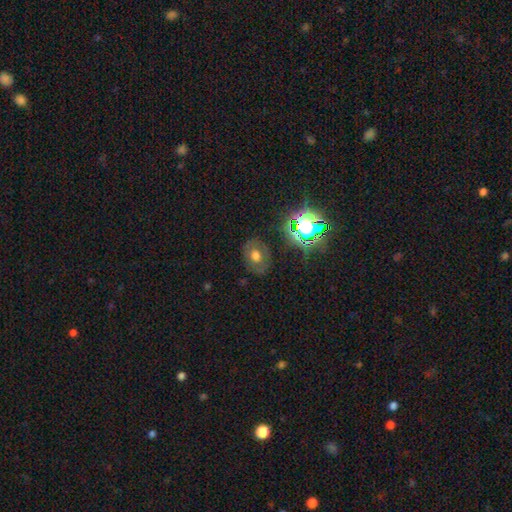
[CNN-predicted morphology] Q: Smooth or featured?
A: smooth (53%); runner-up: featured or disk (28%)
Q: How rounded?
A: in between (54%); runner-up: round (45%)
Q: Merging?
A: none (79%); runner-up: minor disturbance (13%)